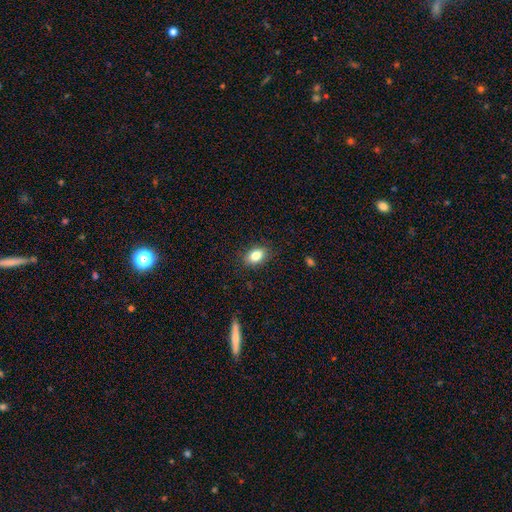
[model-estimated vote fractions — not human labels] smooth 82%, featured or disk 9%, star or artifact 9%. Down the decision tree: how rounded — in between (82%); merging — none (86%).